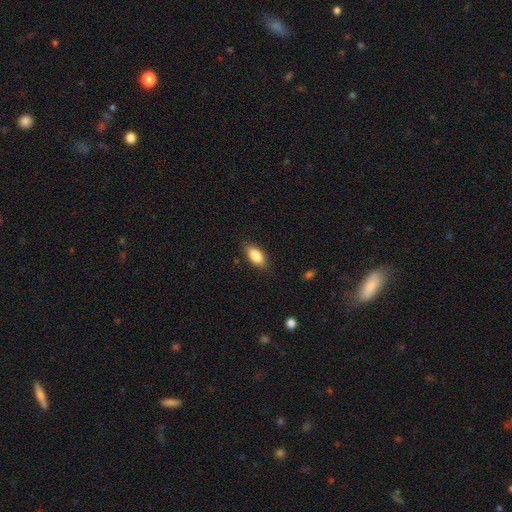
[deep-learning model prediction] Morphology: type=smooth (84%); roundness=in between (89%); merging=none (83%).